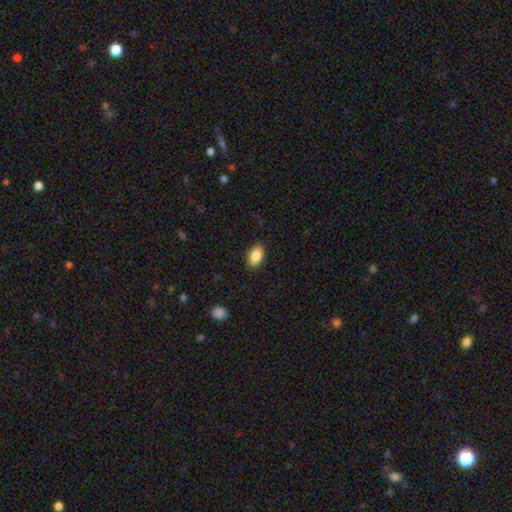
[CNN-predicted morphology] This is clearly a smooth galaxy (88%). How rounded: clearly in between (91%). Merging: clearly none (86%).